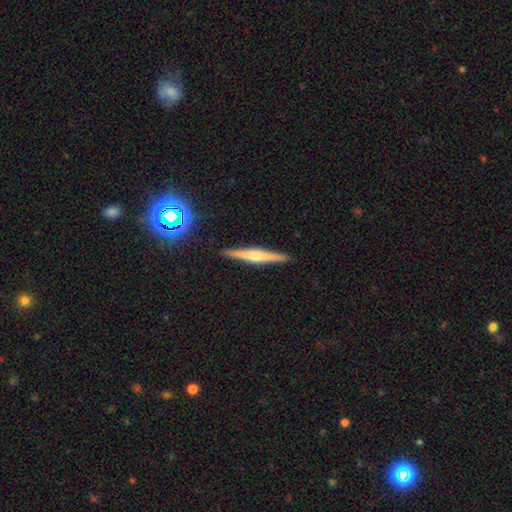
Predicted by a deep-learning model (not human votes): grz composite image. It shows a featured or disk galaxy (63%) viewed edge-on (98%) with a rounded central bulge (68%). Merging: none (91%).